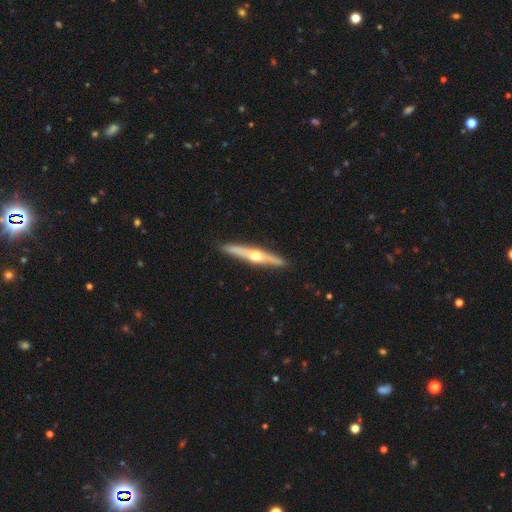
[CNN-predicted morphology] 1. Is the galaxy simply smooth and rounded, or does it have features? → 70% featured or disk, 25% smooth, 5% star or artifact.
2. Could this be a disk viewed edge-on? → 96% yes, 4% no.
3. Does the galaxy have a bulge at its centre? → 94% rounded, 3% none, 2% boxy.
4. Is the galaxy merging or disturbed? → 91% none, 7% minor disturbance, 1% major disturbance, 1% merger.